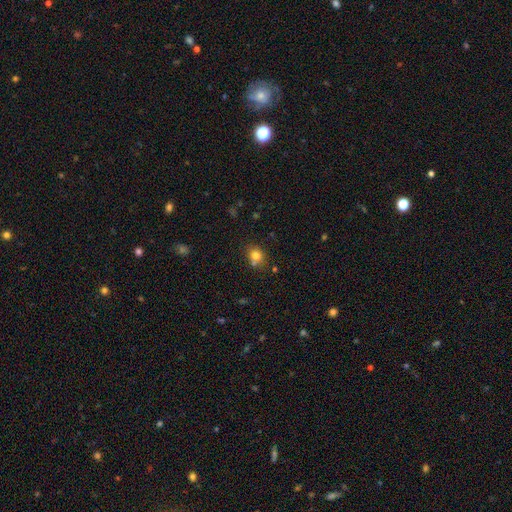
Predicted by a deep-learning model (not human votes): smooth_or_featured: smooth (p=0.78) [alt: star or artifact p=0.13]
how_rounded: round (p=0.61) [alt: in between p=0.38]
merging: none (p=0.62) [alt: merger p=0.21]